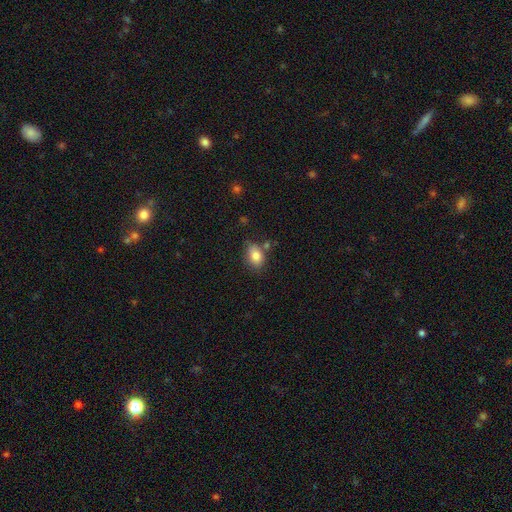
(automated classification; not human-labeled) A smooth galaxy with no disk features (82%) that is in between round and cigar-shaped (78%).

Vote fractions:
- Smooth or featured? smooth: 82% / featured or disk: 9% / star or artifact: 9%
- How rounded? in between: 78% / round: 20% / cigar-shaped: 1%
- Merging? none: 70% / minor disturbance: 18% / merger: 8% / major disturbance: 4%